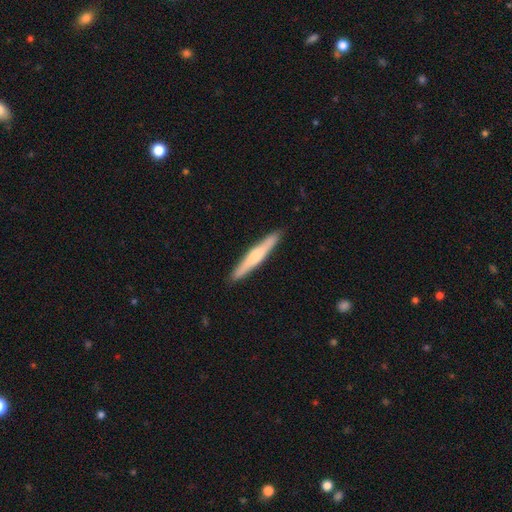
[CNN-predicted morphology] Smooth or featured? smooth (48%)
Merging? none (91%)